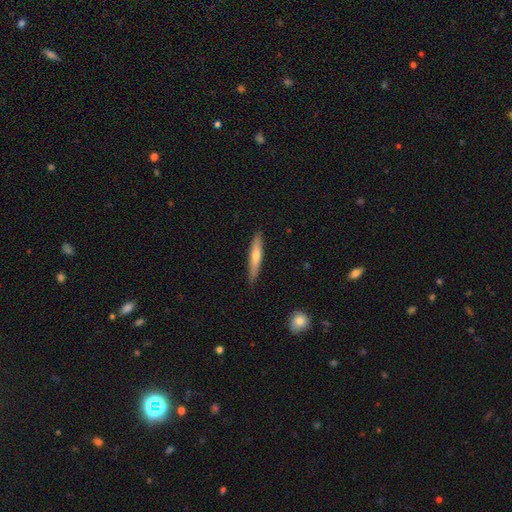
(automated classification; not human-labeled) Smooth or featured? Predicted: smooth (p=0.48). Merging? Predicted: none (p=0.88).